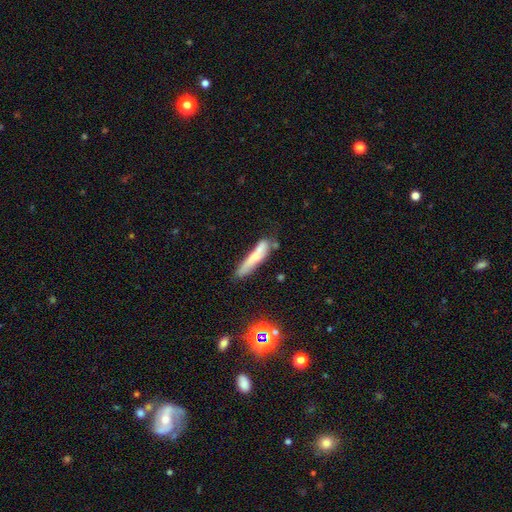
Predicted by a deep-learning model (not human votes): Overall: smooth (62%; featured or disk 29%). How rounded: cigar-shaped (86%). Merging: none (53%; minor disturbance 26%).